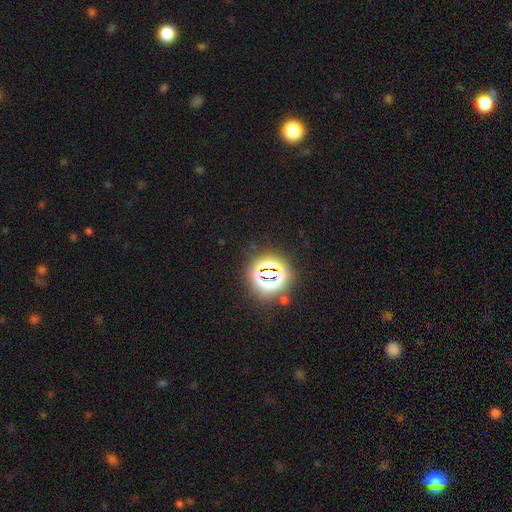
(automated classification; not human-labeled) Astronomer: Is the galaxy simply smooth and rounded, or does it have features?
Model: star or artifact — 79%.